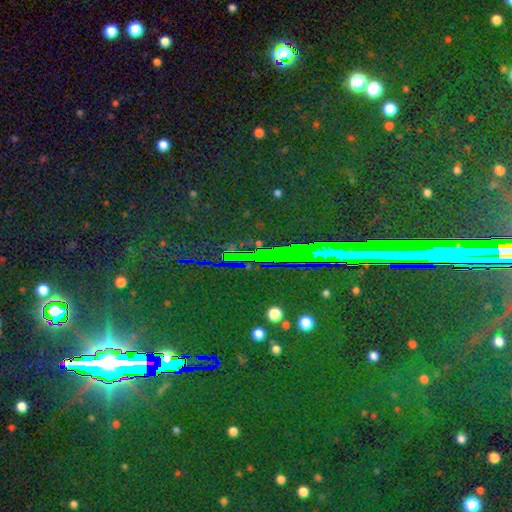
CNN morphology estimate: A star or artifact, not a galaxy (84%).